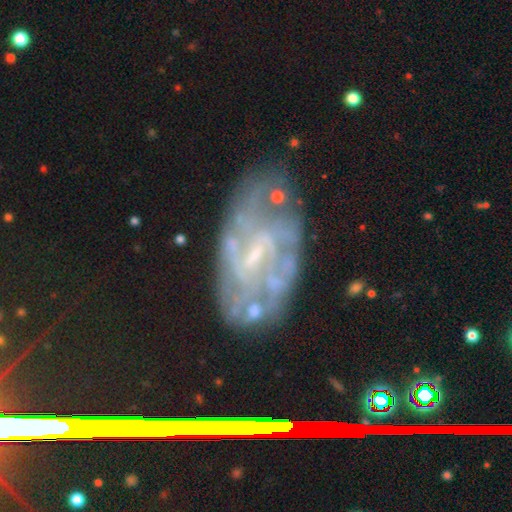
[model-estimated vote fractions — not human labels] smooth-or-featured: featured or disk: 72% | smooth: 17% | star or artifact: 12%
  disk-edge-on: no: 93% | yes: 7%
    bar: weak: 49% | no: 34% | strong: 18%
    has-spiral-arms: yes: 68% | no: 32%
    bulge-size: small: 57% | none: 23% | moderate: 18% | large: 1% | dominant: 1%
  merging: none: 59% | minor disturbance: 24% | major disturbance: 12% | merger: 4%